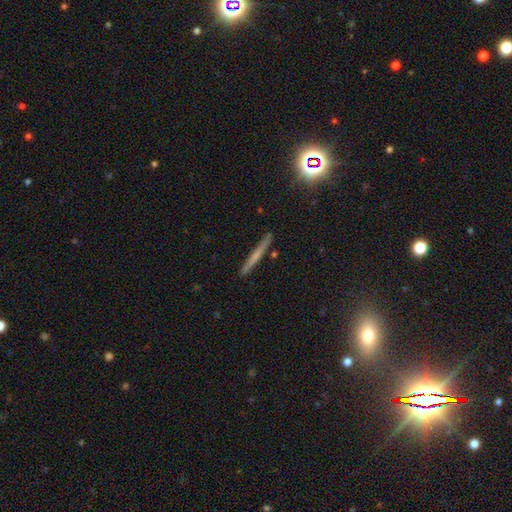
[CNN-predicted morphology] Smooth or featured: featured or disk — 49% (smooth — 41%)
Merging: none — 90% (minor disturbance — 7%)